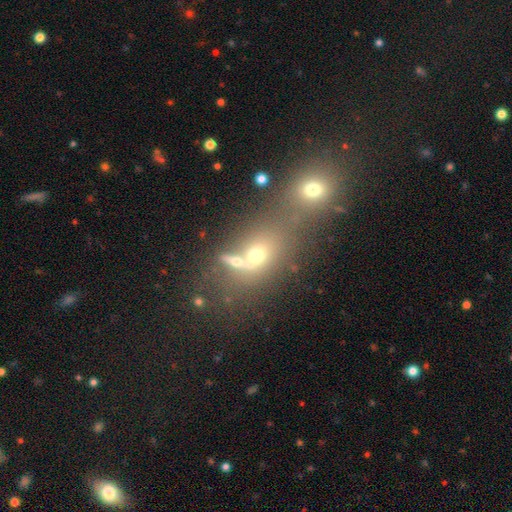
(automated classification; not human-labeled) A smooth galaxy with no disk features (51%) that is round (53%).

Vote fractions:
- Smooth or featured? smooth: 51% / star or artifact: 26% / featured or disk: 22%
- How rounded? round: 53% / in between: 44% / cigar-shaped: 4%
- Merging? merger: 63% / none: 24% / minor disturbance: 7% / major disturbance: 6%